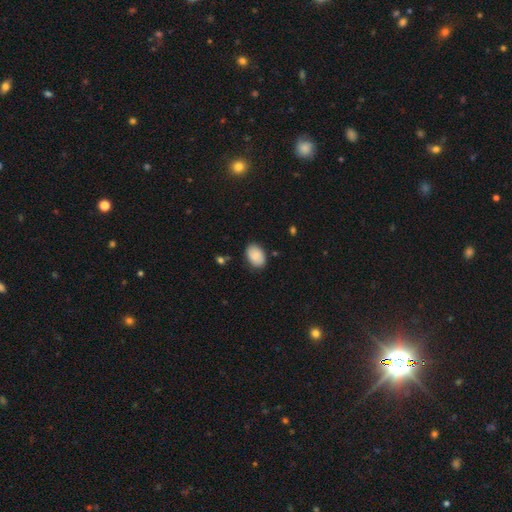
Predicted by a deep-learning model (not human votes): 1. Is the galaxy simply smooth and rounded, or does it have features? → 88% smooth, 7% star or artifact, 6% featured or disk.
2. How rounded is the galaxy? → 87% in between, 12% round, 1% cigar-shaped.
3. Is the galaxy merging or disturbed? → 83% none, 12% minor disturbance, 3% major disturbance, 2% merger.